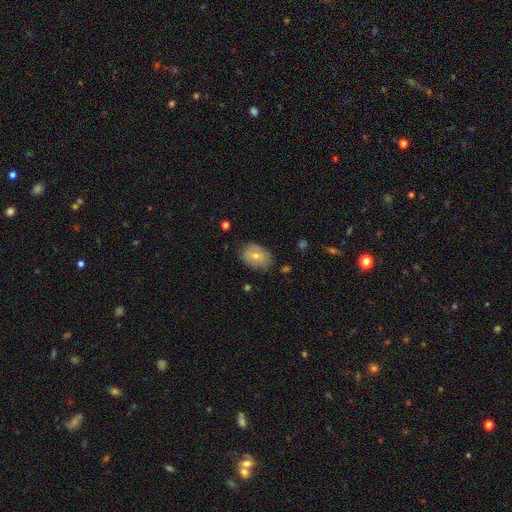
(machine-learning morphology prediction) type=smooth (69%); roundness=in between (79%); merging=none (75%).